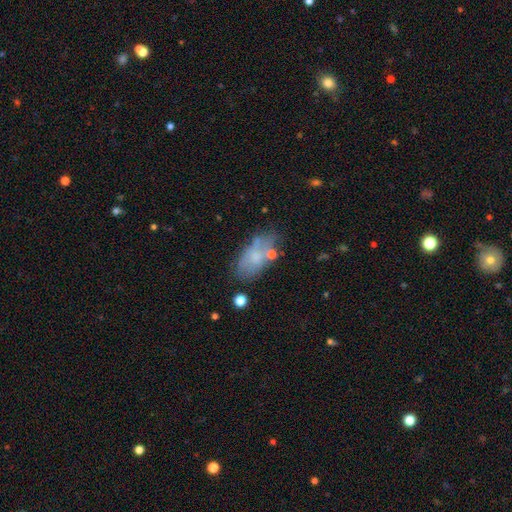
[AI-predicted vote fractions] Morphology: type=smooth (61%); roundness=in between (90%); merging=none (55%).